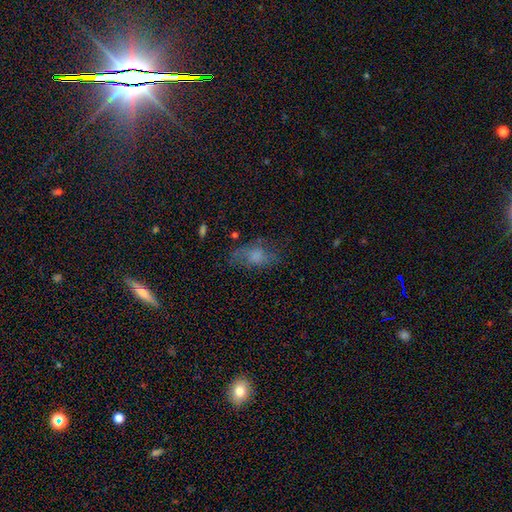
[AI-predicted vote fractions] This is possibly a smooth galaxy (57%). How rounded: clearly in between (82%). Merging: possibly none (54%).